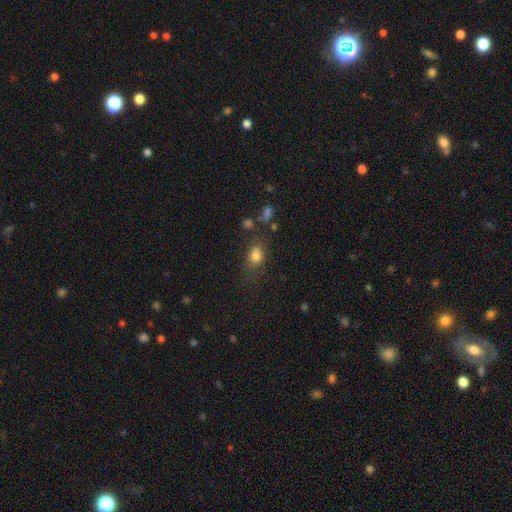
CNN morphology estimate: A smooth galaxy with no disk features (79%) that is in between round and cigar-shaped (62%). Merging: none (63%).